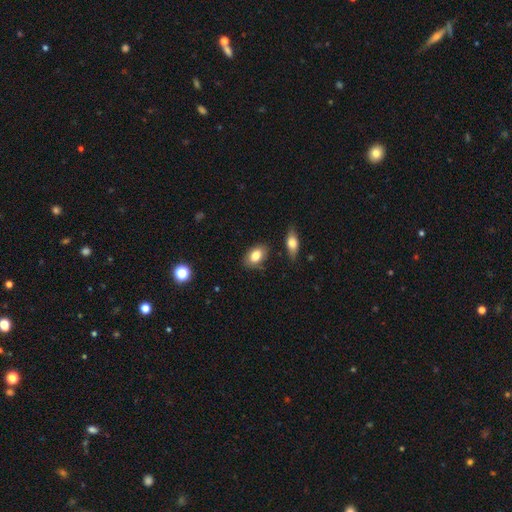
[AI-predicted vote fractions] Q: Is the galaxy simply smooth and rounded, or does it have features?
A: smooth — 82%.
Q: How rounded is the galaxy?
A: in between — 86%.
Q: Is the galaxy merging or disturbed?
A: none — 81%.